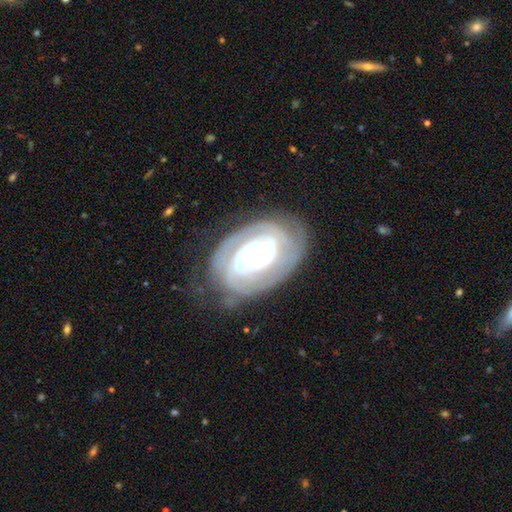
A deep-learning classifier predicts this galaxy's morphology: smooth_or_featured: featured or disk (p=0.83) [alt: smooth p=0.10]
disk_edge_on: no (p=0.97) [alt: yes p=0.03]
bar: no (p=0.58) [alt: weak p=0.28]
has_spiral_arms: yes (p=0.89) [alt: no p=0.11]
spiral_winding: tight (p=0.69) [alt: medium p=0.24]
spiral_arm_count: can't tell (p=0.33) [alt: 2 p=0.32]
bulge_size: moderate (p=0.46) [alt: small p=0.30]
merging: none (p=0.56) [alt: minor disturbance p=0.22]